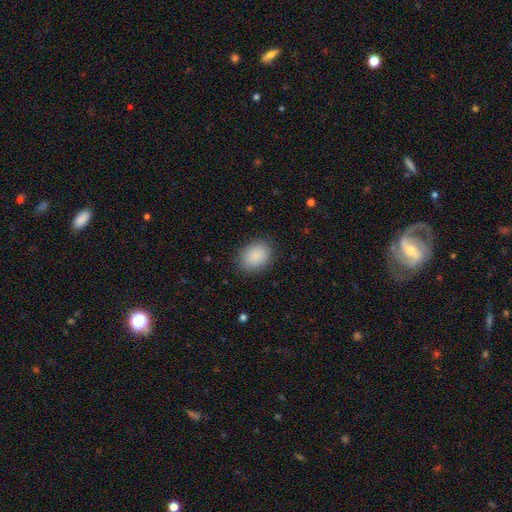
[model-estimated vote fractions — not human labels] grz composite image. It shows a smooth galaxy with no disk features (88%) that is in between round and cigar-shaped (67%). Merging: none (86%).